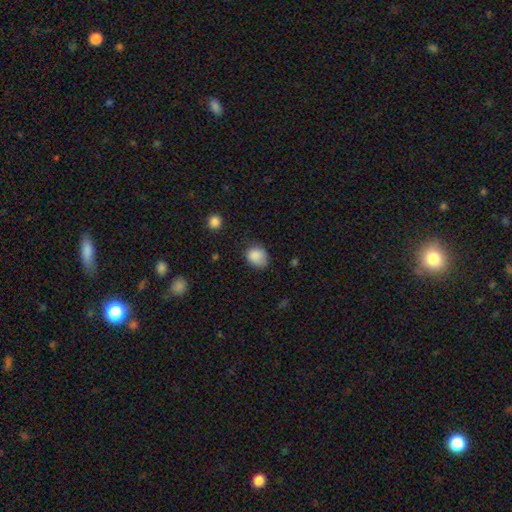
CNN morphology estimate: Smooth or featured: smooth — 86% (star or artifact — 9%)
How rounded: in between — 50% (round — 49%)
Merging: none — 63% (minor disturbance — 29%)